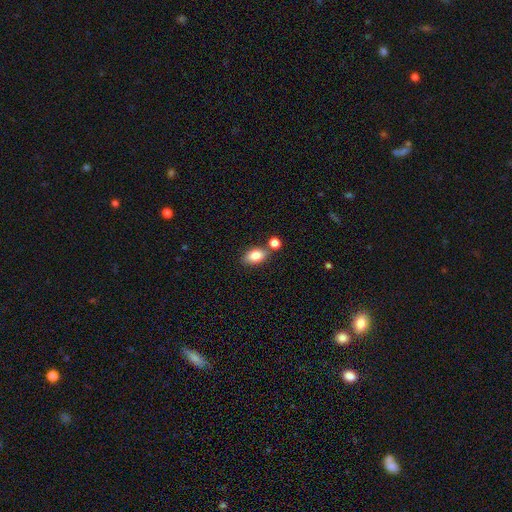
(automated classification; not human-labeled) Smooth or featured: smooth — 83% (featured or disk — 9%)
How rounded: in between — 87% (round — 10%)
Merging: none — 66% (merger — 19%)